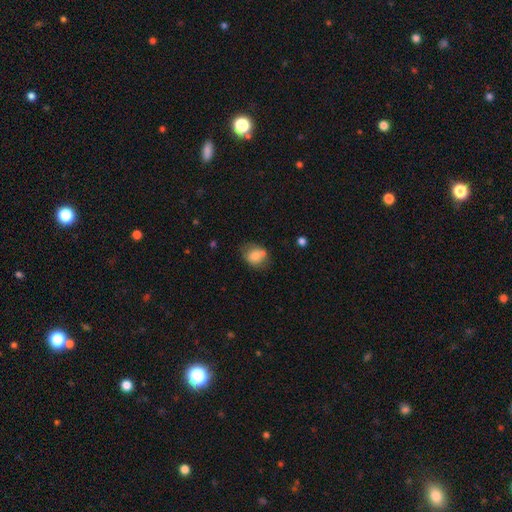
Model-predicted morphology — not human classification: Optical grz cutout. It shows a smooth galaxy with no disk features (77%) that is round (56%). Merging: none (52%).